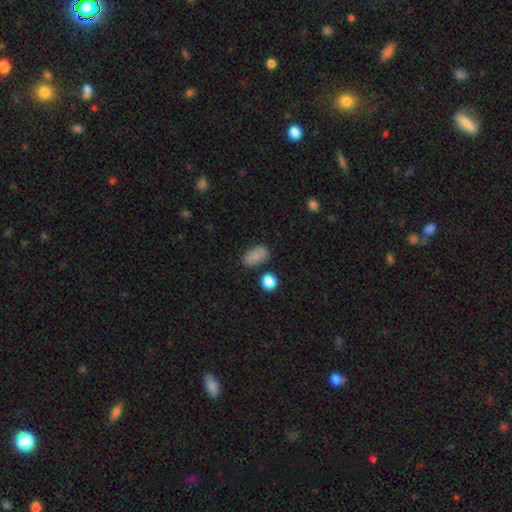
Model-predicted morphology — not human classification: Overall: smooth (82%). How rounded: in between (88%). Merging: none (76%).